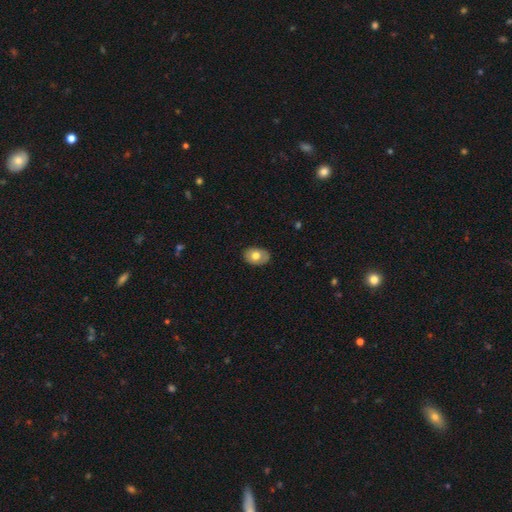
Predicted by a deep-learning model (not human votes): This appears to be a smooth galaxy with no disk features (68%) that is in between round and cigar-shaped (78%). Merging: none (83%).